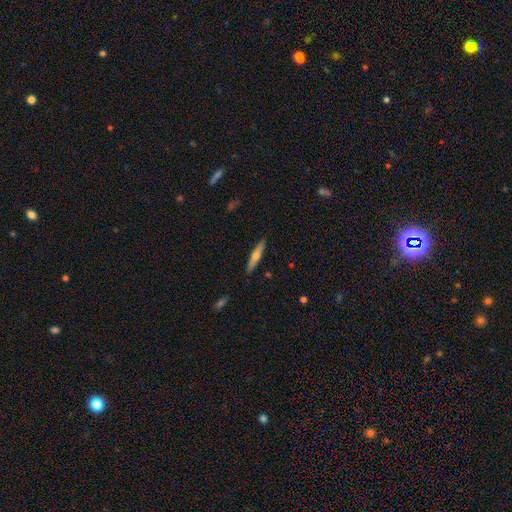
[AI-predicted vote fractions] This is possibly a featured or disk galaxy (47%, tied with smooth). Merging: clearly none (91%).